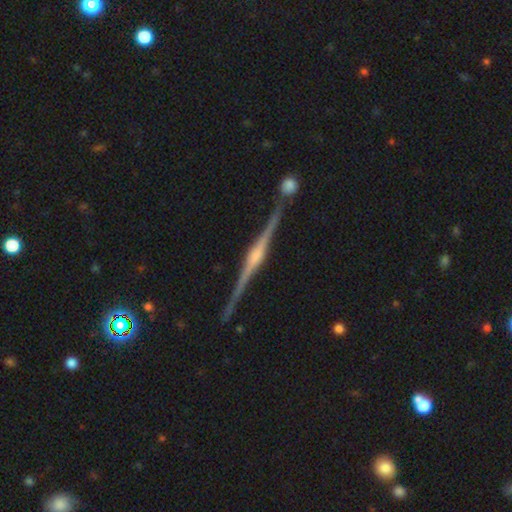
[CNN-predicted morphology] Smooth or featured? Predicted: featured or disk (p=0.89). Edge-on disk? Predicted: yes (p=0.98). Edge-on bulge? Predicted: rounded (p=0.78). Merging? Predicted: none (p=0.86).